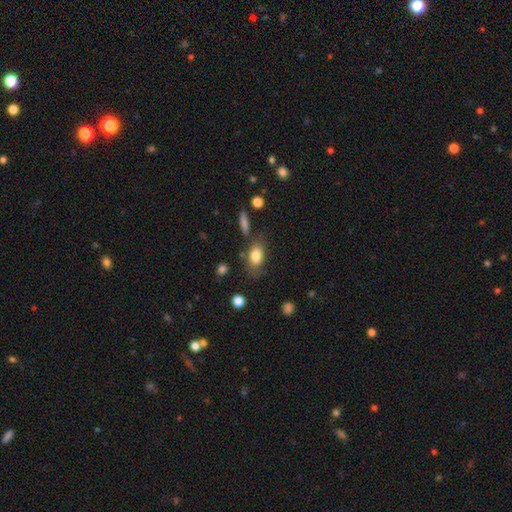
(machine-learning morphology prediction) This is clearly a smooth galaxy (80%). How rounded: clearly in between (87%). Merging: likely none (66%).